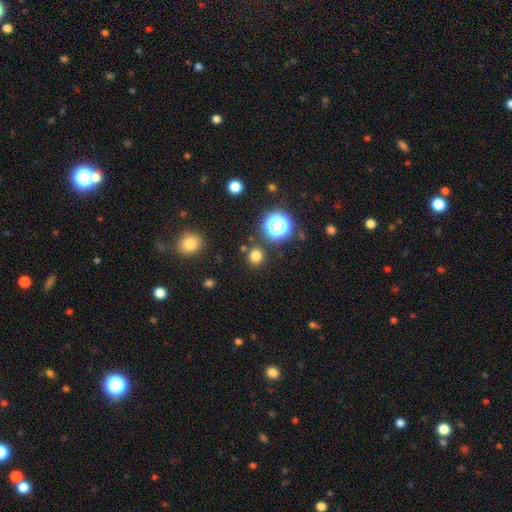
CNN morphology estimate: This is likely a smooth galaxy (75%). How rounded: clearly round (89%). Merging: clearly none (87%).